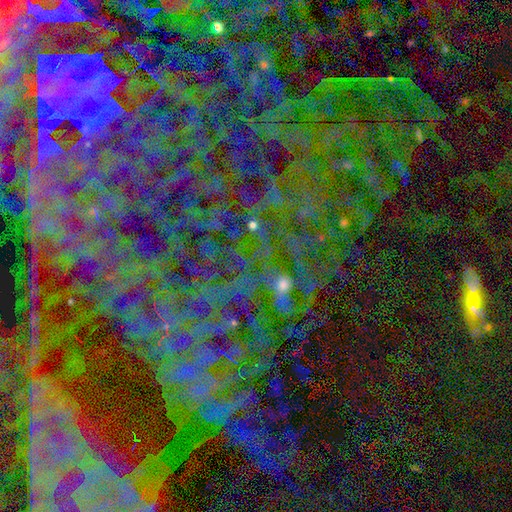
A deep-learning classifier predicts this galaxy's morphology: Smooth or featured?
  - star or artifact: 83% *
  - featured or disk: 9%
  - smooth: 8%